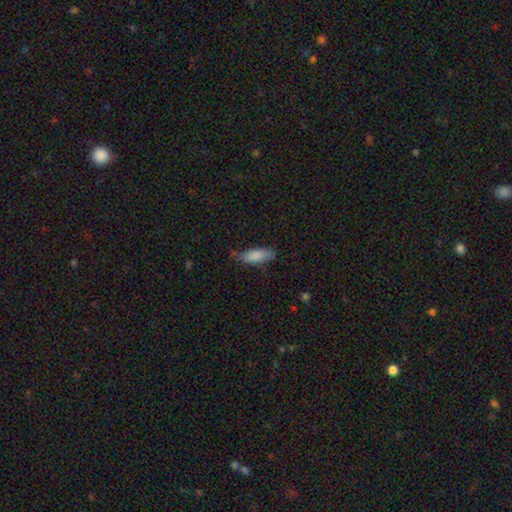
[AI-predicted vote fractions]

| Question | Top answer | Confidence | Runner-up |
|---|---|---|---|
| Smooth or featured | smooth | 86% | featured or disk (8%) |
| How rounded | in between | 70% | cigar-shaped (28%) |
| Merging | none | 69% | minor disturbance (24%) |